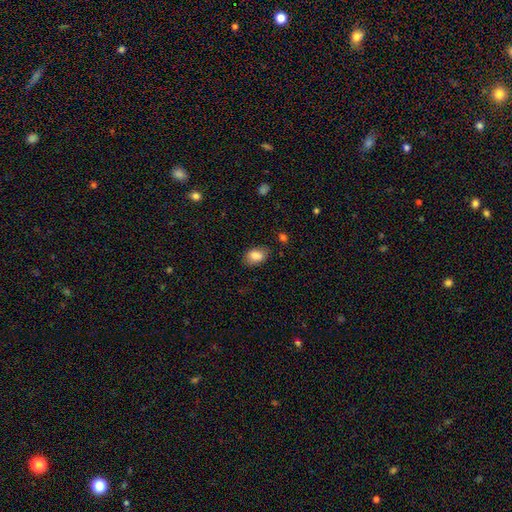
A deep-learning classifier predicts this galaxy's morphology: Q: Smooth or featured?
A: smooth (84%); runner-up: featured or disk (8%)
Q: How rounded?
A: in between (86%); runner-up: round (13%)
Q: Merging?
A: none (83%); runner-up: minor disturbance (12%)